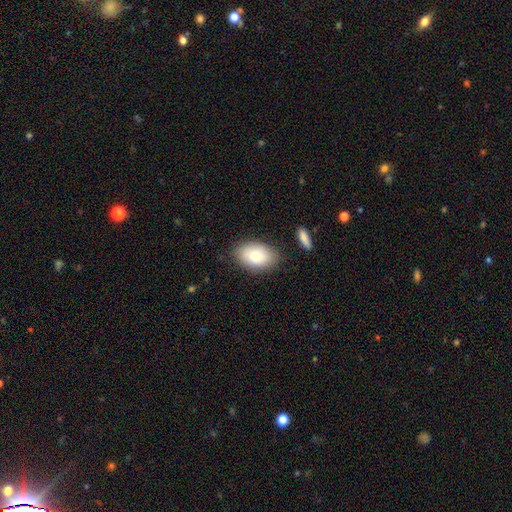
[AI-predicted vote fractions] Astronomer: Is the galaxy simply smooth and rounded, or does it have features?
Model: smooth — 79%.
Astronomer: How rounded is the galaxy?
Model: in between — 89%.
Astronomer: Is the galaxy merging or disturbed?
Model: none — 81%.